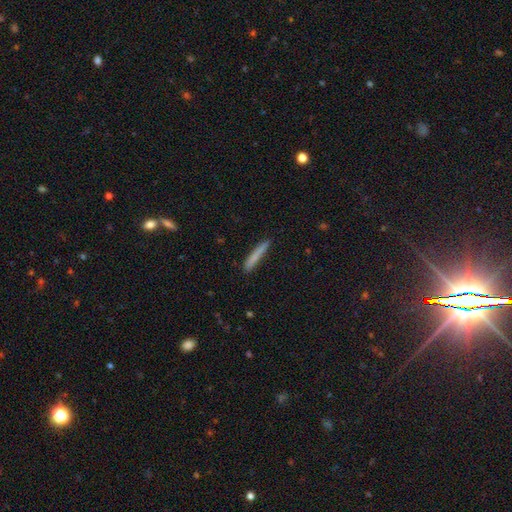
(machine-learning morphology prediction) smooth-or-featured: smooth: 77% | featured or disk: 17% | star or artifact: 6%
  how-rounded: cigar-shaped: 95% | in between: 3% | round: 1%
  merging: none: 87% | minor disturbance: 10% | major disturbance: 2% | merger: 1%